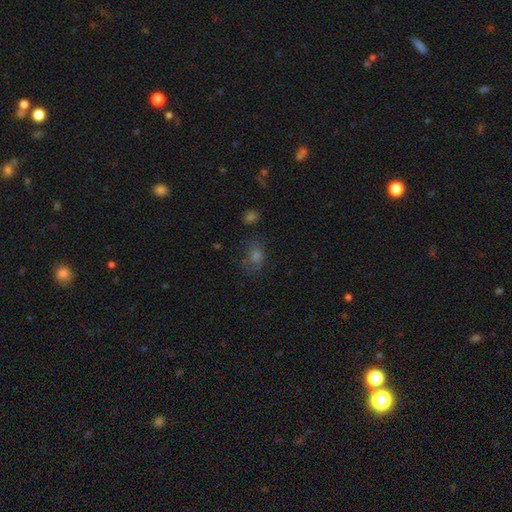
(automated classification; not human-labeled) The model was most divided on "smooth or featured": smooth: 51%, star or artifact: 32%, featured or disk: 17%. More confident: merging — none (70%); how rounded — in between (62%).